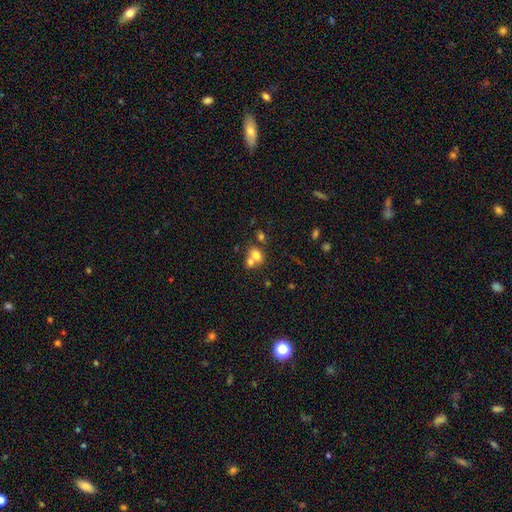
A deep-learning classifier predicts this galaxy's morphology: smooth_or_featured: smooth (p=0.71) [alt: featured or disk p=0.17]
how_rounded: in between (p=0.53) [alt: round p=0.45]
merging: merger (p=0.58) [alt: none p=0.31]